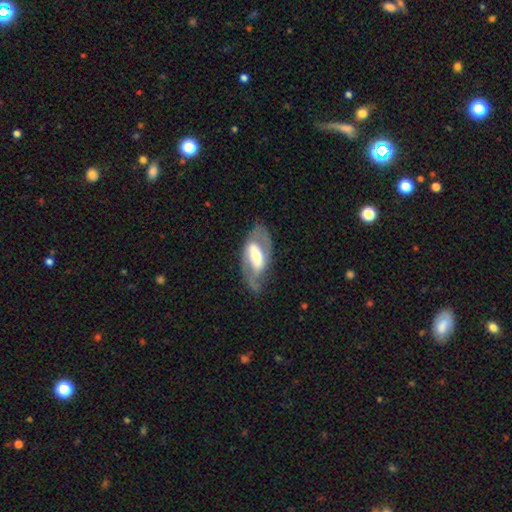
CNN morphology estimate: The model was most divided on "bar": strong: 49%, weak: 32%, no: 20%. Remaining: edge-on disk — no (92%); spiral arm count — 2 (82%); smooth or featured — featured or disk (76%); spiral arms — yes (75%); merging — none (66%); bulge size — moderate (59%); spiral winding — medium (47%).